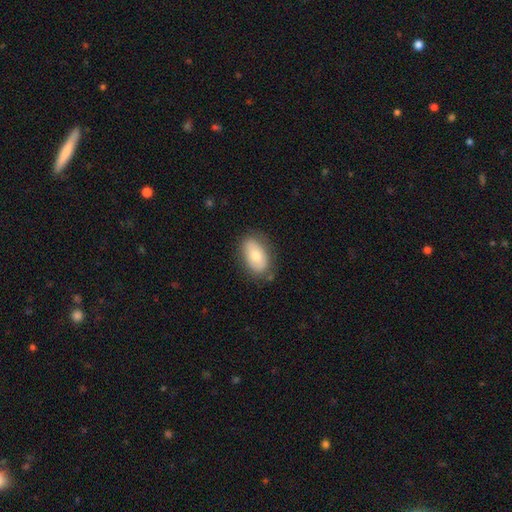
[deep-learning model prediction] smooth_or_featured: smooth (p=0.74) [alt: featured or disk p=0.19]
how_rounded: in between (p=0.92) [alt: round p=0.07]
merging: none (p=0.79) [alt: minor disturbance p=0.16]